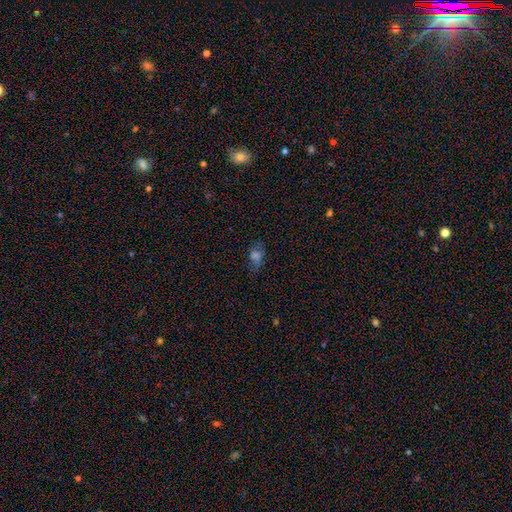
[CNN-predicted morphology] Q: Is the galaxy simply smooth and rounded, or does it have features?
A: smooth — 53%.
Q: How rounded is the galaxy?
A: in between — 75%.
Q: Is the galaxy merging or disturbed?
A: none — 61%.